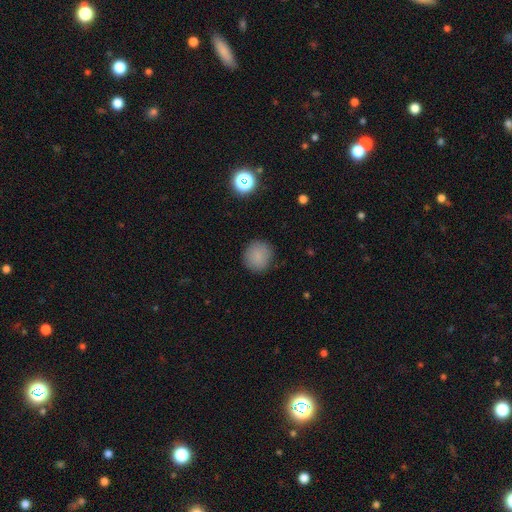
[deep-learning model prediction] Q: Smooth or featured?
A: smooth (84%); runner-up: star or artifact (11%)
Q: How rounded?
A: round (92%); runner-up: in between (7%)
Q: Merging?
A: none (88%); runner-up: minor disturbance (8%)